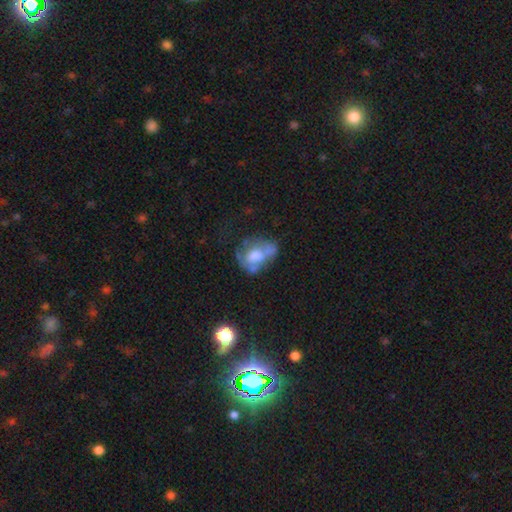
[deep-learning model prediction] Overall: featured or disk (45%; smooth 43%). Merging: none (30%; major disturbance 28%).